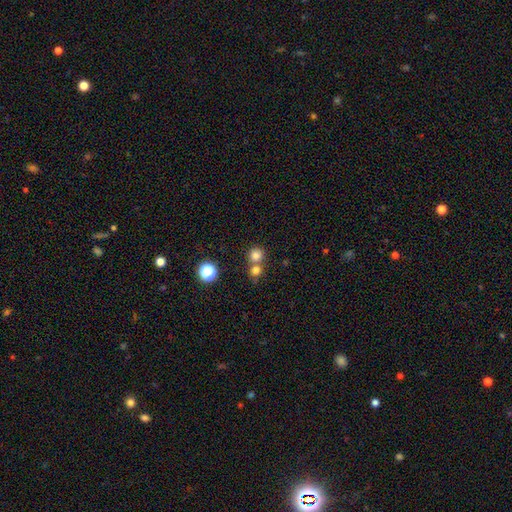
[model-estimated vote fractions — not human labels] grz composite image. It shows a smooth galaxy with no disk features (78%) that is round (90%). Merging: none (56%).